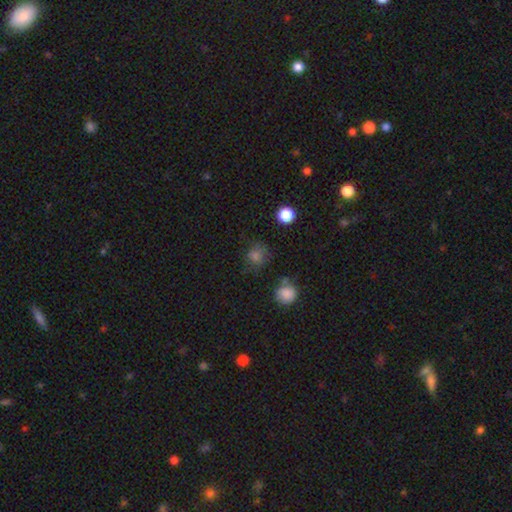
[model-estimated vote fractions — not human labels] smooth 74%, star or artifact 19%, featured or disk 7%. Down the decision tree: how rounded — round (80%); merging — none (69%).